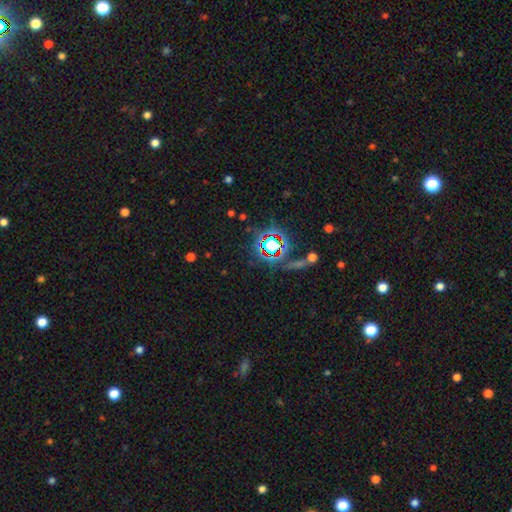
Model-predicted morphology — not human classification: Q: Smooth or featured?
A: star or artifact (77%); runner-up: smooth (13%)